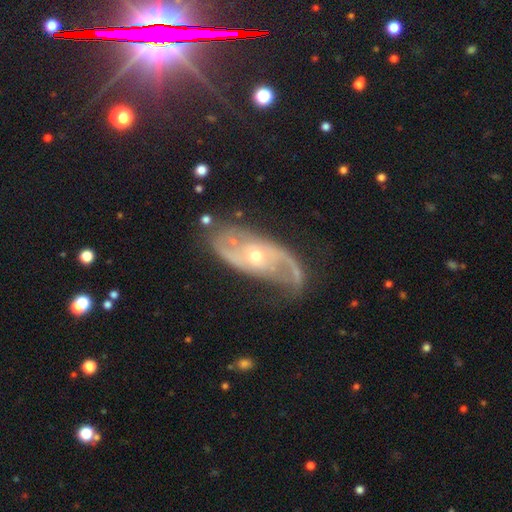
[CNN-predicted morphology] Q: Smooth or featured?
A: featured or disk (85%); runner-up: smooth (8%)
Q: Edge-on disk?
A: no (92%); runner-up: yes (8%)
Q: Bar?
A: no (66%); runner-up: weak (26%)
Q: Spiral arms?
A: yes (92%); runner-up: no (8%)
Q: Spiral winding?
A: medium (42%); runner-up: loose (32%)
Q: Spiral arm count?
A: 2 (74%); runner-up: can't tell (13%)
Q: Bulge size?
A: small (52%); runner-up: moderate (44%)
Q: Merging?
A: none (64%); runner-up: minor disturbance (21%)